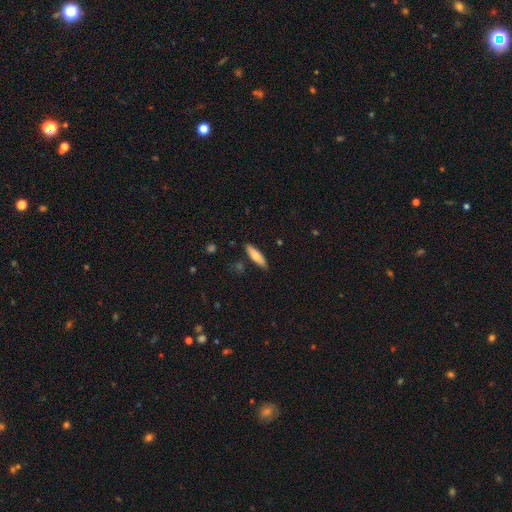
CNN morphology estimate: Smooth or featured: smooth — 72% (featured or disk — 22%)
How rounded: cigar-shaped — 59% (in between — 39%)
Merging: none — 86% (minor disturbance — 10%)